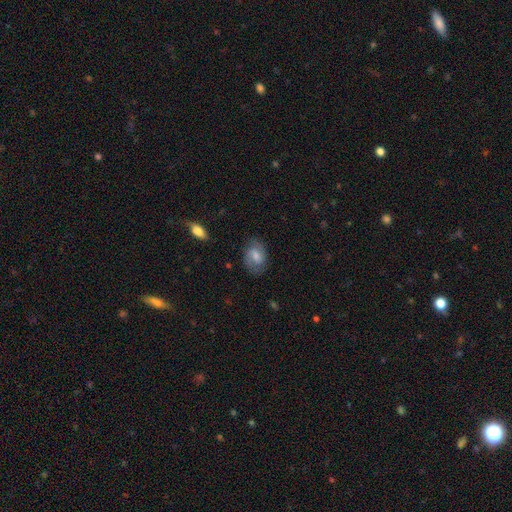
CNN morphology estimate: This appears to be a featured or disk galaxy (47%). Merging: none (74%).